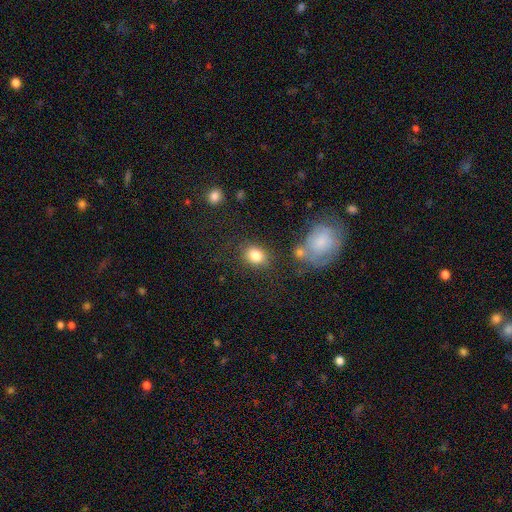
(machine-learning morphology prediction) Q: Smooth or featured?
A: smooth (84%); runner-up: star or artifact (9%)
Q: How rounded?
A: in between (56%); runner-up: round (42%)
Q: Merging?
A: none (73%); runner-up: minor disturbance (15%)